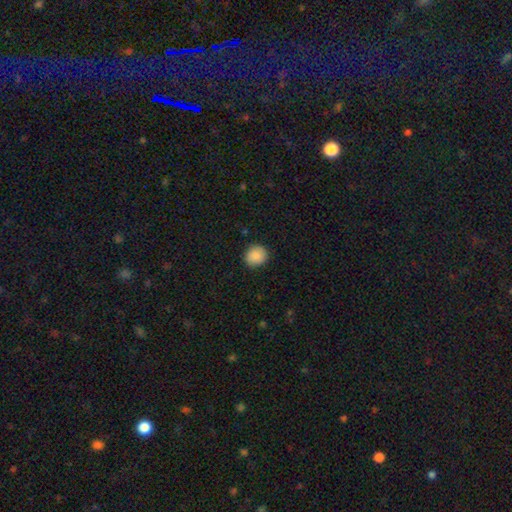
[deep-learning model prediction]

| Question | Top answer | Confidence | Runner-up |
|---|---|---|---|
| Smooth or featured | smooth | 88% | star or artifact (8%) |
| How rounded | round | 84% | in between (15%) |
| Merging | none | 89% | minor disturbance (8%) |